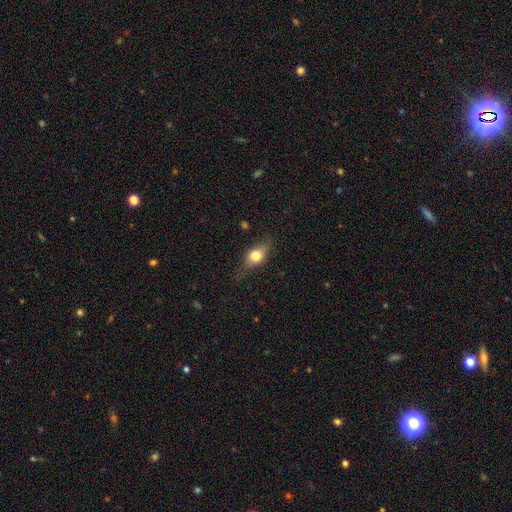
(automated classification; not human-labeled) Morphology: type=smooth (67%); roundness=in between (66%); merging=none (69%).